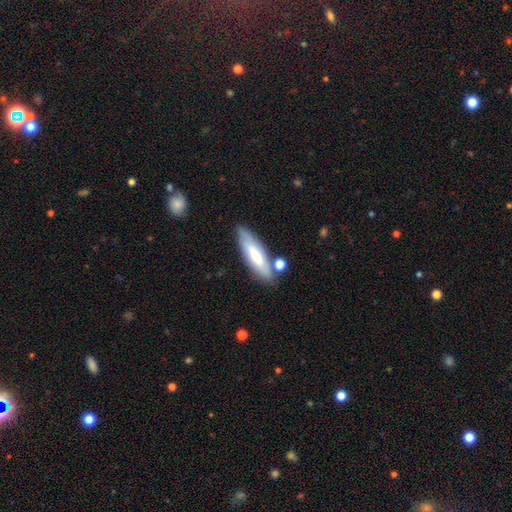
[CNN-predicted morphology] smooth 65%, featured or disk 28%, star or artifact 7%. Down the decision tree: how rounded — cigar-shaped (62%); merging — none (72%).